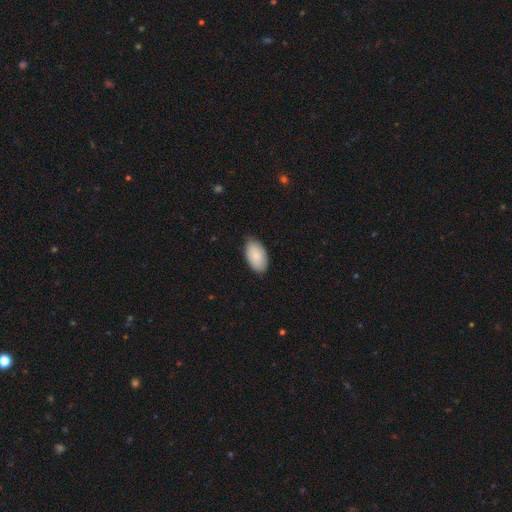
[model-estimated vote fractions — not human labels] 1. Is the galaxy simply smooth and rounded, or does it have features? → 86% smooth, 8% featured or disk, 6% star or artifact.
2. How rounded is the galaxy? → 95% in between, 3% round, 1% cigar-shaped.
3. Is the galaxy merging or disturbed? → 77% none, 19% minor disturbance, 3% major disturbance, 1% merger.